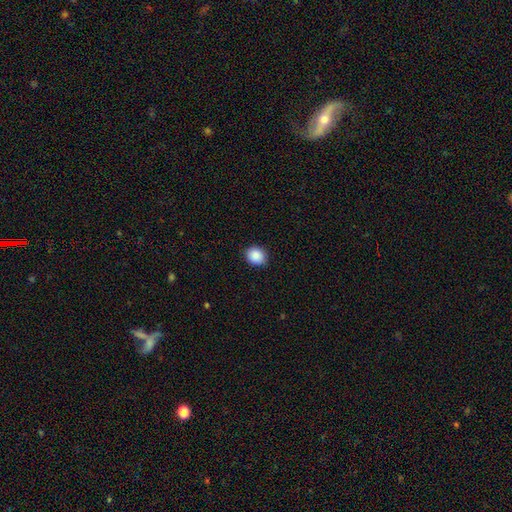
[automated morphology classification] Smooth or featured? smooth (89%)
How rounded? round (66%)
Merging? none (89%)